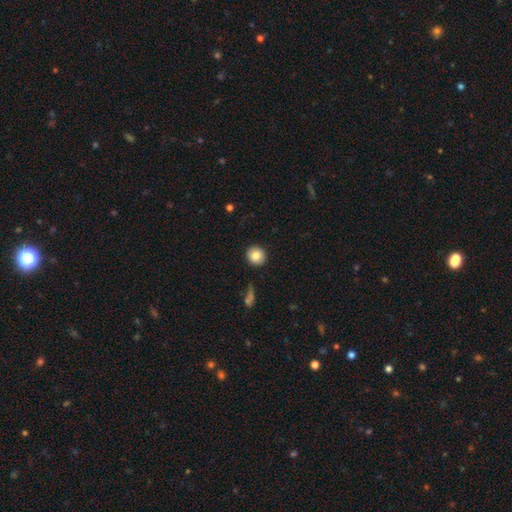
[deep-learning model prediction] smooth_or_featured: smooth (p=0.83) [alt: featured or disk p=0.09]
how_rounded: round (p=0.93) [alt: in between p=0.06]
merging: none (p=0.91) [alt: minor disturbance p=0.06]